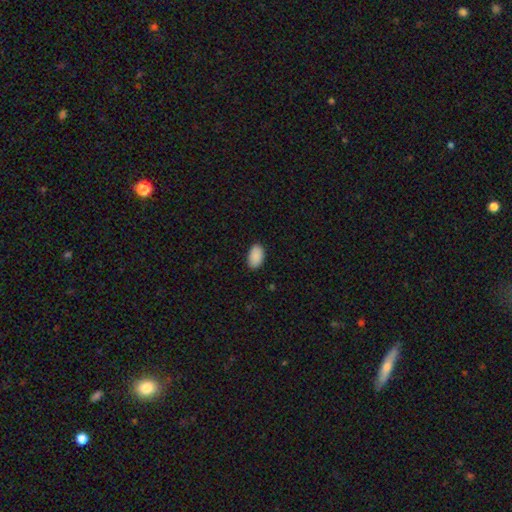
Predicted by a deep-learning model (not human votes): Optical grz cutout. It shows a smooth galaxy with no disk features (91%) that is in between round and cigar-shaped (94%). Merging: none (87%).